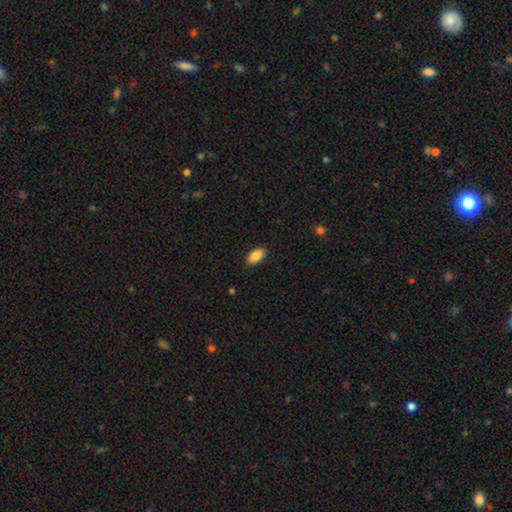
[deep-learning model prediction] This appears to be a smooth galaxy with no disk features (87%) that is in between round and cigar-shaped (93%). Merging: none (89%).